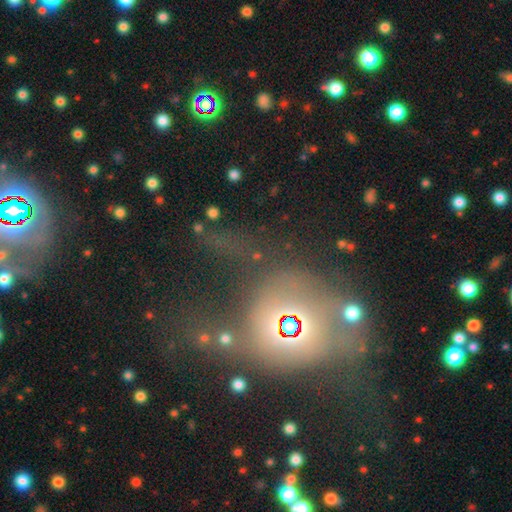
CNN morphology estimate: Overall: star or artifact (42%; featured or disk 36%).